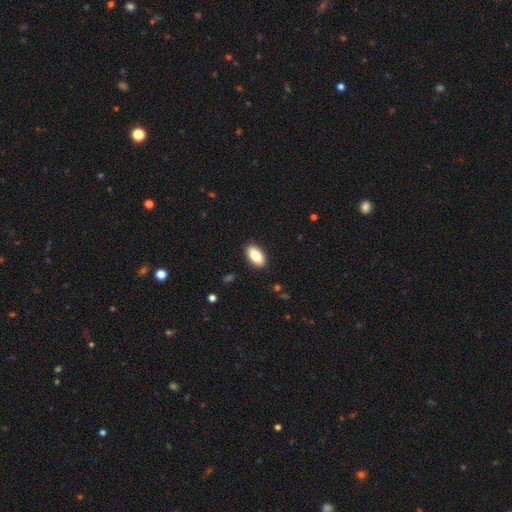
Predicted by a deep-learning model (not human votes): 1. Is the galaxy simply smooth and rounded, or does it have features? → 82% smooth, 11% featured or disk, 7% star or artifact.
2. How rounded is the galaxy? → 92% in between, 4% cigar-shaped, 3% round.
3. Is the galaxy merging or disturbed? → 90% none, 7% minor disturbance, 2% major disturbance, 1% merger.